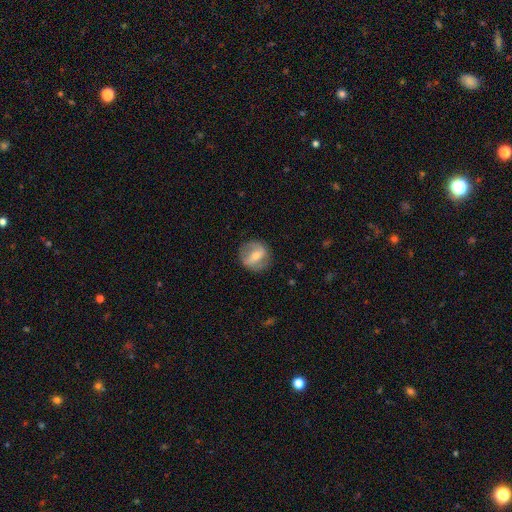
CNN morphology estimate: Smooth or featured? featured or disk (54%)
Edge-on disk? no (92%)
Merging? none (81%)